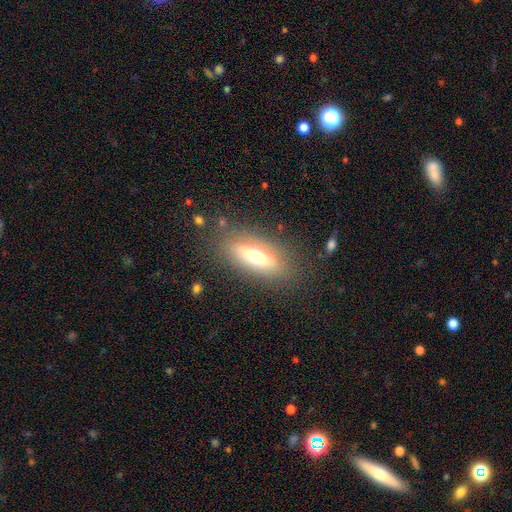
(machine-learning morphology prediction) This is possibly a smooth galaxy (56%). How rounded: possibly in between (60%). Merging: clearly none (82%).